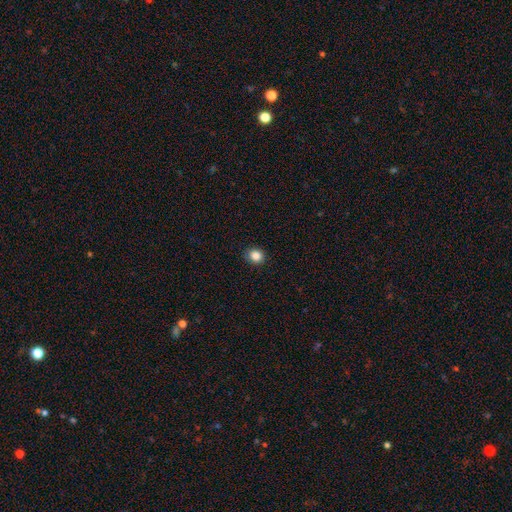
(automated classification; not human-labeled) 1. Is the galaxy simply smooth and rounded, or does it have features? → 86% smooth, 10% star or artifact, 4% featured or disk.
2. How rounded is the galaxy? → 69% round, 30% in between, 1% cigar-shaped.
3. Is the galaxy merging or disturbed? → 88% none, 8% minor disturbance, 2% major disturbance, 1% merger.